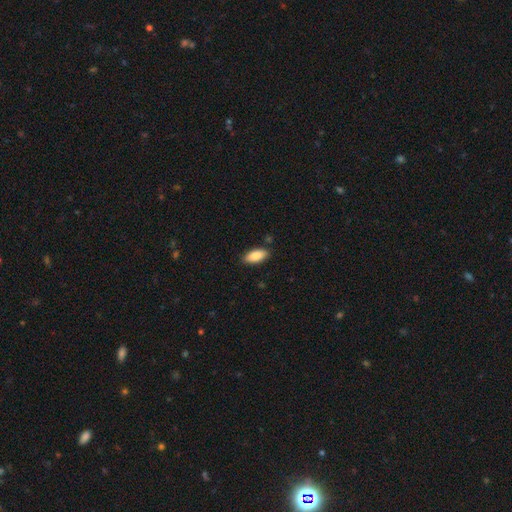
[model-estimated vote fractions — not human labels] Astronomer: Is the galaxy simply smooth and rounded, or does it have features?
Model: smooth — 87%.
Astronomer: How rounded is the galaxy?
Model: in between — 89%.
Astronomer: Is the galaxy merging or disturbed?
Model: none — 86%.